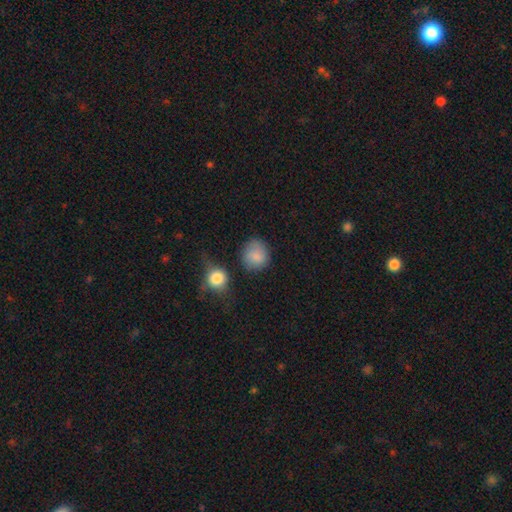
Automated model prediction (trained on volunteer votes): This is clearly a smooth galaxy (84%). How rounded: likely round (79%). Merging: likely none (67%).